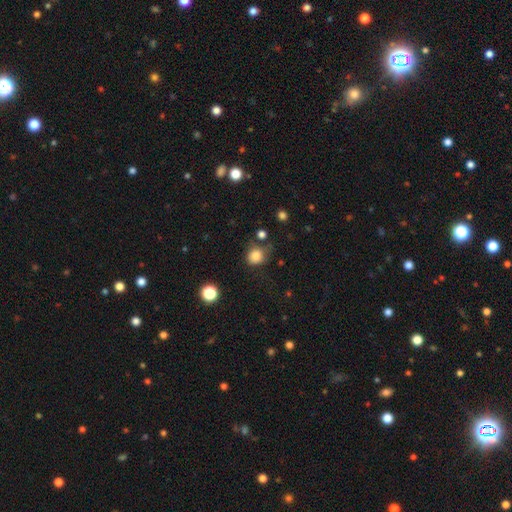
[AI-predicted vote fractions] Morphology: type=smooth (82%); roundness=round (73%); merging=none (56%).